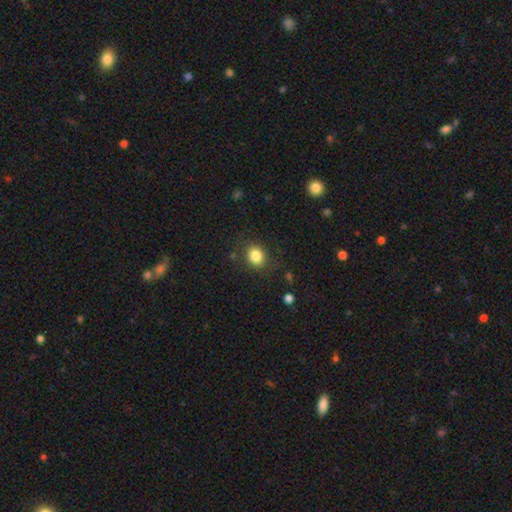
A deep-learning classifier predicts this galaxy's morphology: The model was most divided on "how rounded": round: 63%, in between: 36%, cigar-shaped: 1%. More confident: smooth or featured — smooth (84%); merging — none (82%).